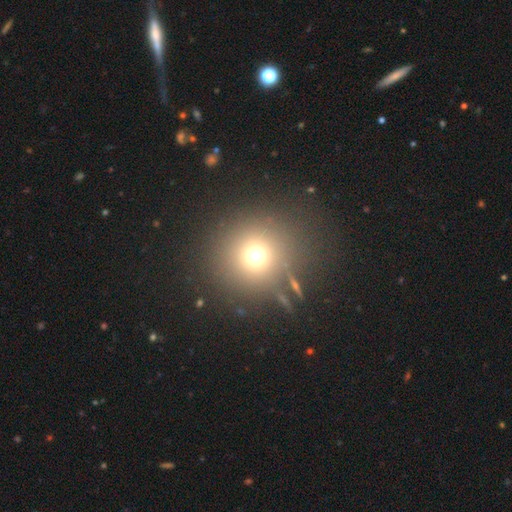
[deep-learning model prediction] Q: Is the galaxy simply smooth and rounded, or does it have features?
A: smooth — 69%.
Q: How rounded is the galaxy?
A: round — 94%.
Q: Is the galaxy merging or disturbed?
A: none — 81%.